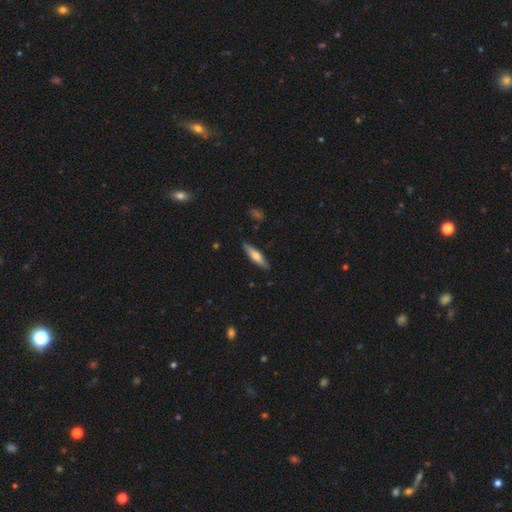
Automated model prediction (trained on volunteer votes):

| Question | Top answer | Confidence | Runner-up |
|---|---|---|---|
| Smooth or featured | smooth | 50% | featured or disk (44%) |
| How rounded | cigar-shaped | 79% | in between (19%) |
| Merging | none | 88% | minor disturbance (9%) |